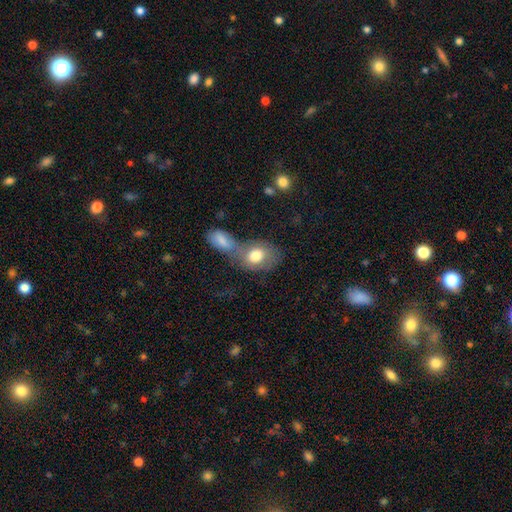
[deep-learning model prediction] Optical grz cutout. It shows a smooth galaxy with no disk features (74%) that is in between round and cigar-shaped (73%). Merging: merger (55%).